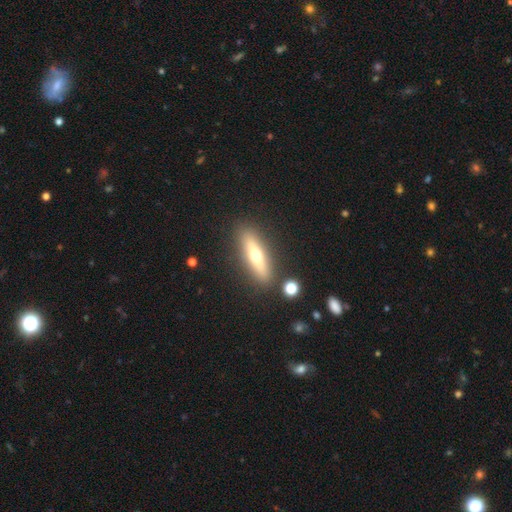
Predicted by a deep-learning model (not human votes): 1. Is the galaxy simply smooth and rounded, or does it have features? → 49% featured or disk, 44% smooth, 7% star or artifact.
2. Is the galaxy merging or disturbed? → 86% none, 8% minor disturbance, 3% merger, 3% major disturbance.